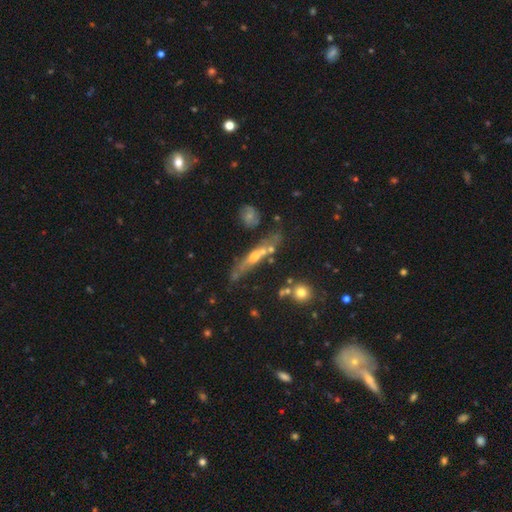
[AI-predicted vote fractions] The model was most divided on "smooth or featured": featured or disk: 62%, smooth: 28%, star or artifact: 10%. More confident: edge-on disk — yes (73%); merging — none (57%).